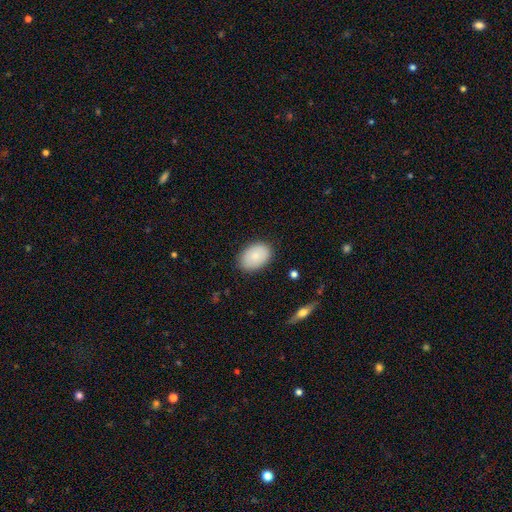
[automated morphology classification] Smooth or featured? smooth (84%)
How rounded? in between (85%)
Merging? none (85%)